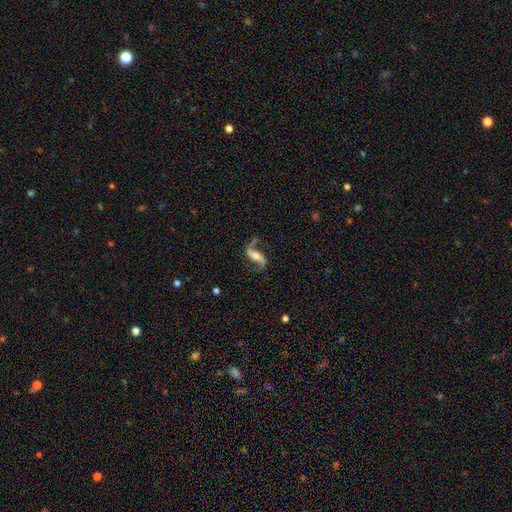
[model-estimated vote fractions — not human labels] Smooth or featured?
  - featured or disk: 89% *
  - smooth: 6%
  - star or artifact: 5%
Edge-on disk?
  - no: 95% *
  - yes: 5%
Bar?
  - strong: 38% *
  - no: 32%
  - weak: 30%
Spiral arms?
  - yes: 97% *
  - no: 3%
Spiral winding?
  - loose: 73% *
  - medium: 21%
  - tight: 5%
Spiral arm count?
  - 2: 93% *
  - 1: 3%
  - can't tell: 1%
  - 3: 1%
  - 4: 1%
  - more than 4: 1%
Bulge size?
  - moderate: 58% *
  - small: 28%
  - large: 9%
  - none: 3%
  - dominant: 2%
Merging?
  - none: 78% *
  - minor disturbance: 12%
  - major disturbance: 8%
  - merger: 2%